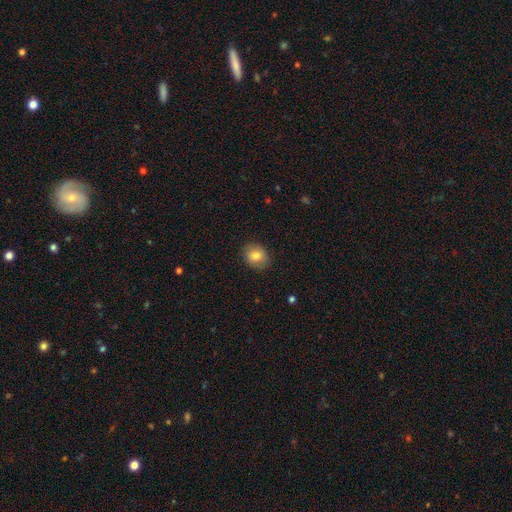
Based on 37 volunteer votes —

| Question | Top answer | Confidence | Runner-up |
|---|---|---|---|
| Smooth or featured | smooth | 65% | featured or disk (30%) |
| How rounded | round | 50% | tied: in between (50%) |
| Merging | none | 86% | minor disturbance (11%) |